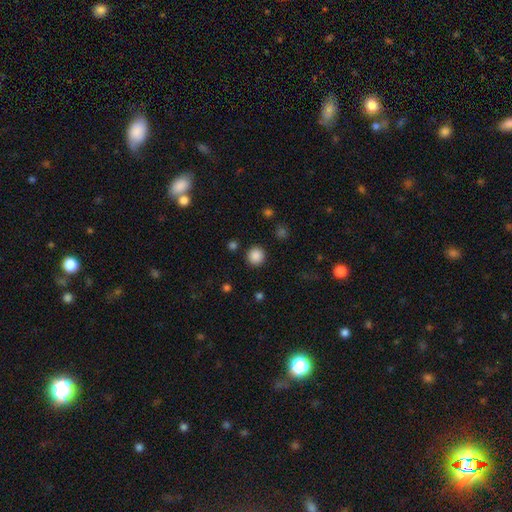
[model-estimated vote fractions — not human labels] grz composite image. It shows a smooth galaxy with no disk features (87%) that is round (92%). Merging: none (90%).